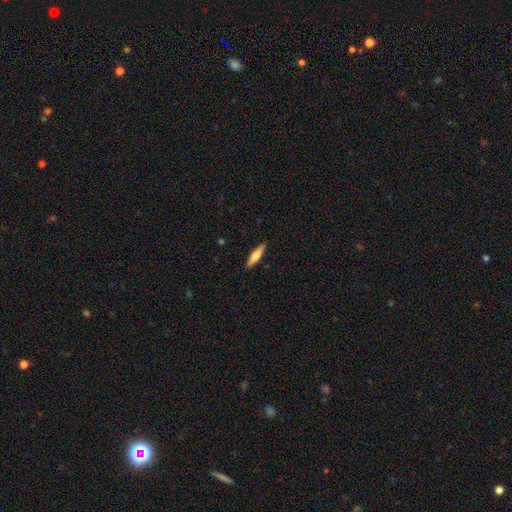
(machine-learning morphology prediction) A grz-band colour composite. It shows a smooth galaxy with no disk features (67%) that is cigar-shaped (79%). Merging: none (90%).